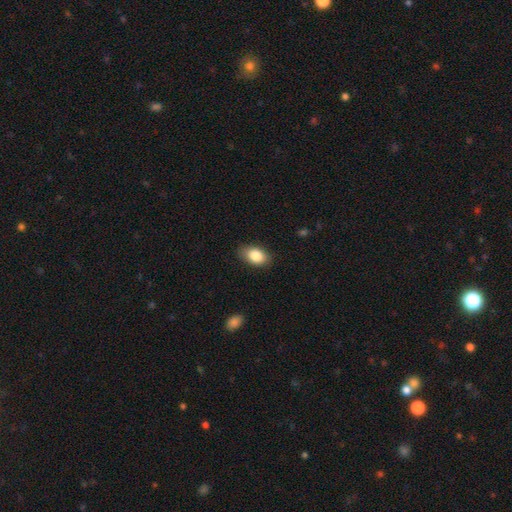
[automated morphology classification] Smooth or featured: smooth — 85% (featured or disk — 8%)
How rounded: in between — 88% (round — 10%)
Merging: none — 84% (minor disturbance — 12%)